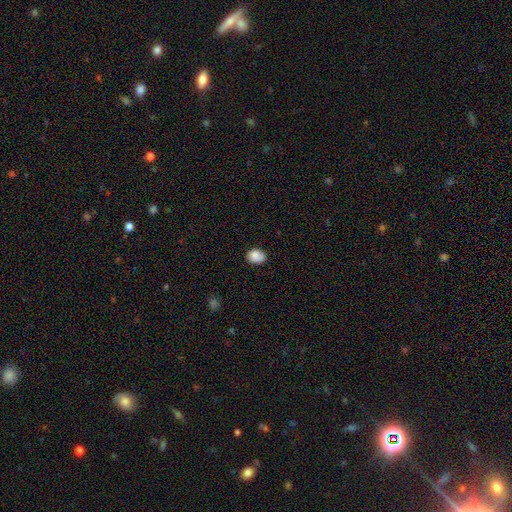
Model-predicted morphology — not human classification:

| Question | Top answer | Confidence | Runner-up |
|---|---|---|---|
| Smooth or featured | smooth | 84% | star or artifact (9%) |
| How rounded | in between | 52% | round (47%) |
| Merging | none | 75% | minor disturbance (19%) |